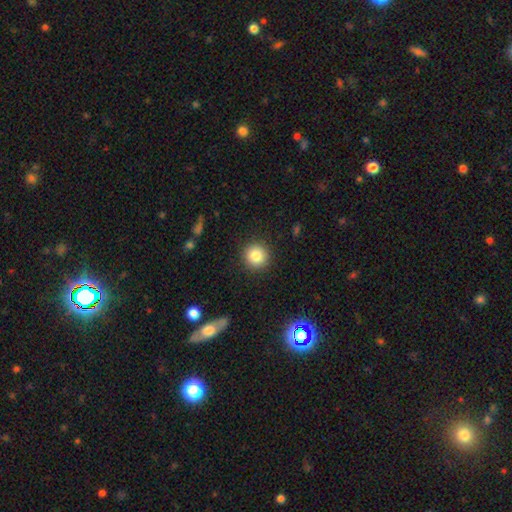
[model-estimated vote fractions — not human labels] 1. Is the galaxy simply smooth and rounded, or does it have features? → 84% smooth, 10% star or artifact, 6% featured or disk.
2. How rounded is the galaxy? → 94% round, 5% in between, 1% cigar-shaped.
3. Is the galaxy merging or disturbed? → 91% none, 6% minor disturbance, 2% major disturbance, 1% merger.